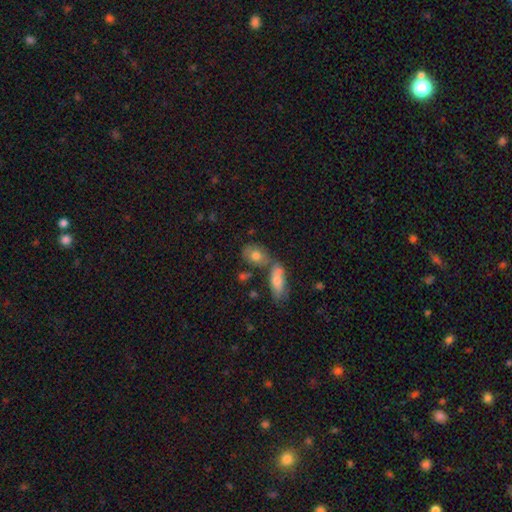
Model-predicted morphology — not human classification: Smooth or featured?
  - smooth: 74% *
  - featured or disk: 19%
  - star or artifact: 7%
How rounded?
  - in between: 73% *
  - round: 23%
  - cigar-shaped: 4%
Merging?
  - none: 47% *
  - merger: 32%
  - minor disturbance: 16%
  - major disturbance: 6%